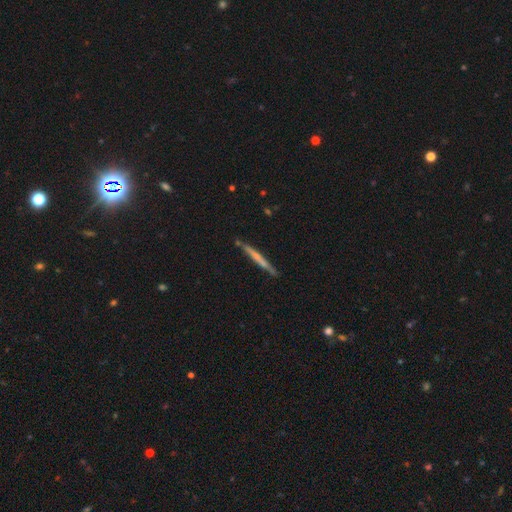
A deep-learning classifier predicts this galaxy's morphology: Overall: featured or disk (51%; smooth 43%). Edge-on disk: yes (96%). Merging: none (86%).